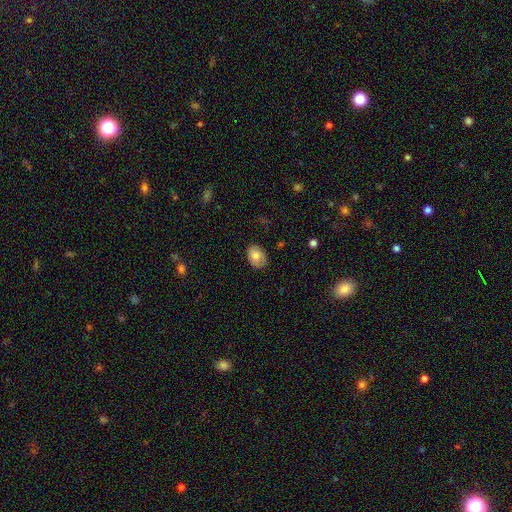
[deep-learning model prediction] Smooth or featured: smooth — 80% (featured or disk — 13%)
How rounded: in between — 77% (round — 22%)
Merging: none — 79% (minor disturbance — 17%)